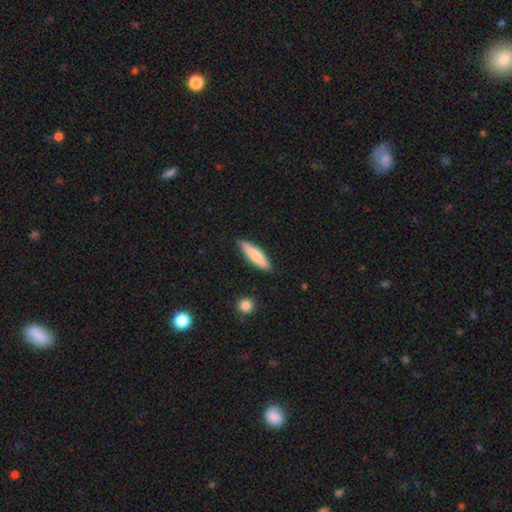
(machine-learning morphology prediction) Smooth or featured? Predicted: smooth (p=0.77). How rounded? Predicted: cigar-shaped (p=0.75). Merging? Predicted: none (p=0.86).